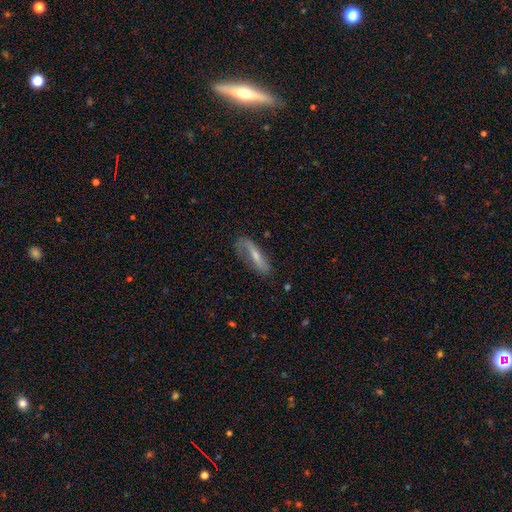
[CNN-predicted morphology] type=featured or disk (53%); edge-on=no (64%); merging=none (63%).